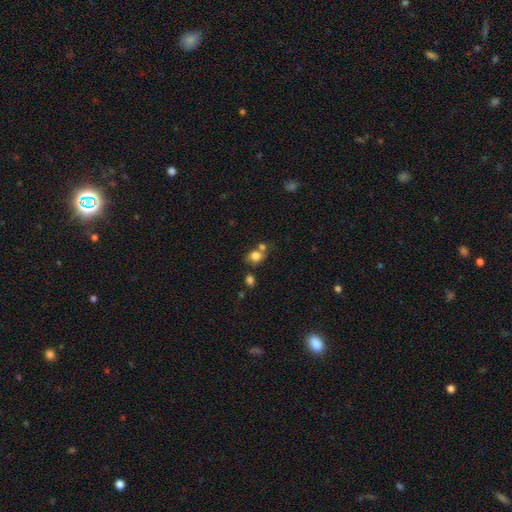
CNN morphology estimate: Overall: smooth (77%). How rounded: round (56%; in between 43%). Merging: none (48%; merger 32%).